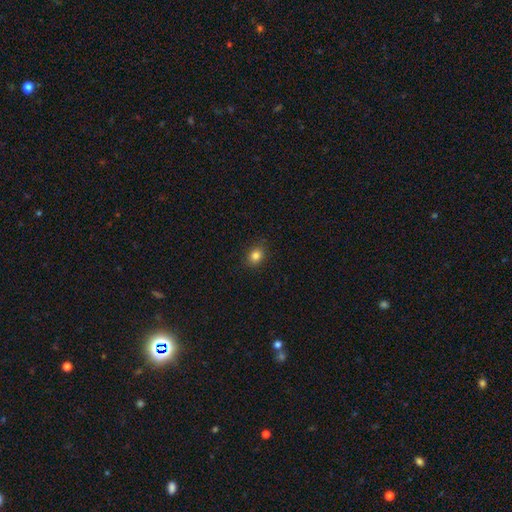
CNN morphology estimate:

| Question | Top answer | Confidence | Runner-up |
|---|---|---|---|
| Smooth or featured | smooth | 83% | star or artifact (12%) |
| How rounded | round | 58% | in between (41%) |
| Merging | none | 87% | minor disturbance (10%) |